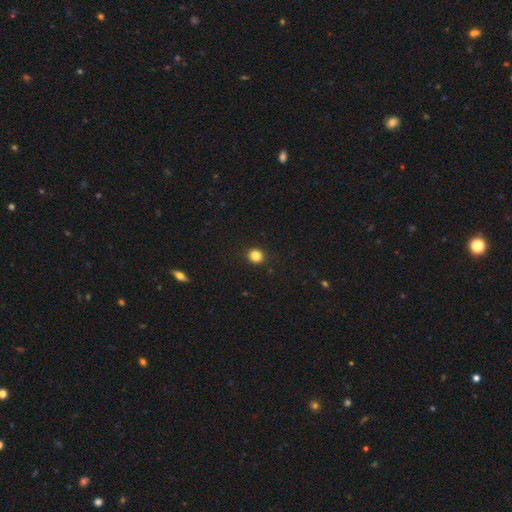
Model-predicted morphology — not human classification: A smooth galaxy with no disk features (84%) that is round (90%). Merging: none (92%).